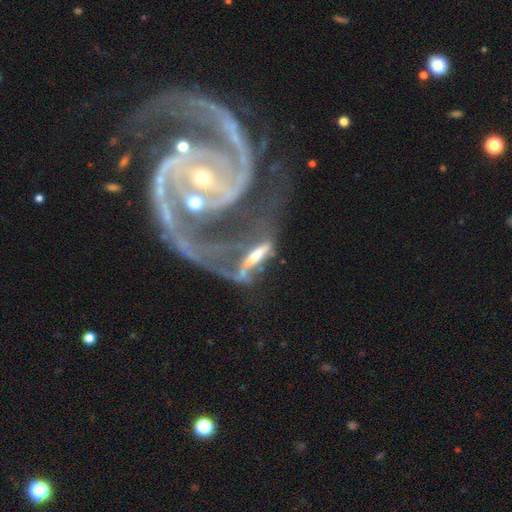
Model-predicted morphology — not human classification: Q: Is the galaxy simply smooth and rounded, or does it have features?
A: featured or disk — 56%.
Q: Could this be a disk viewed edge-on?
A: no — 58%.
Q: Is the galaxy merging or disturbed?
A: merger — 36%.